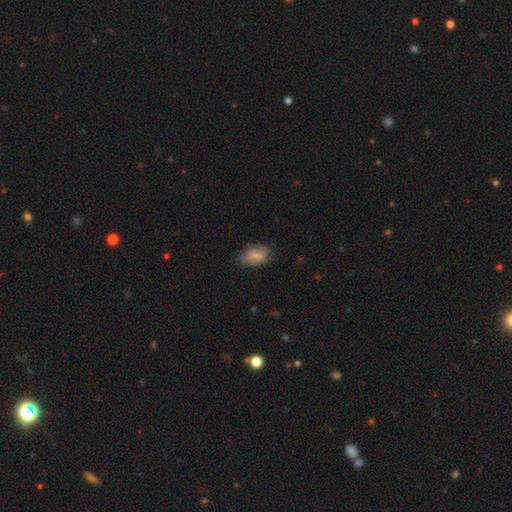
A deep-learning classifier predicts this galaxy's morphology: A smooth galaxy with no disk features (69%) that is in between round and cigar-shaped (90%). Merging: none (71%).